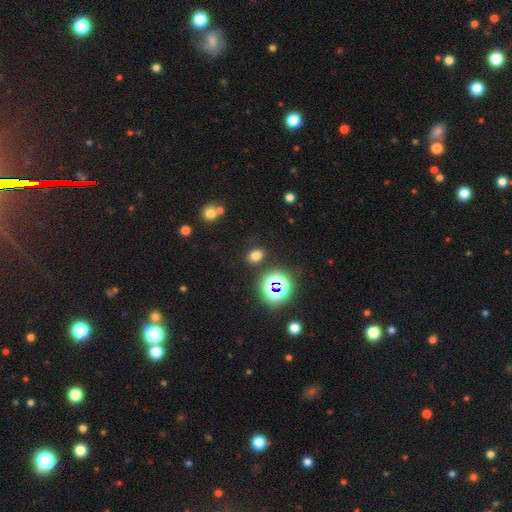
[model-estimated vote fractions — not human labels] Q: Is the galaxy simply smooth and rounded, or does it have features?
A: smooth — 69%.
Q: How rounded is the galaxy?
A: in between — 66%.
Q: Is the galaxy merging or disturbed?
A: none — 84%.